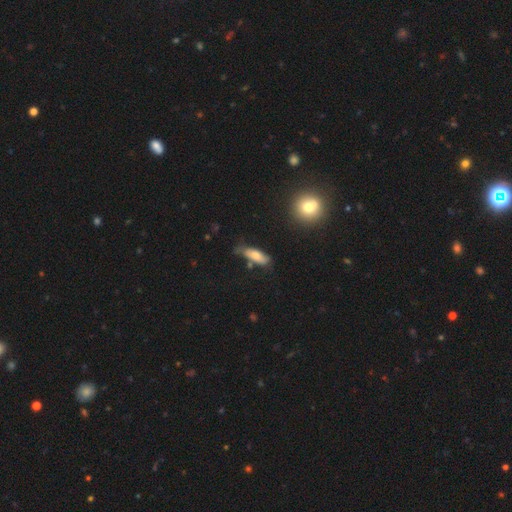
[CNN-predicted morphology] This is likely a smooth galaxy (72%). How rounded: possibly in between (59%). Merging: possibly none (54%).